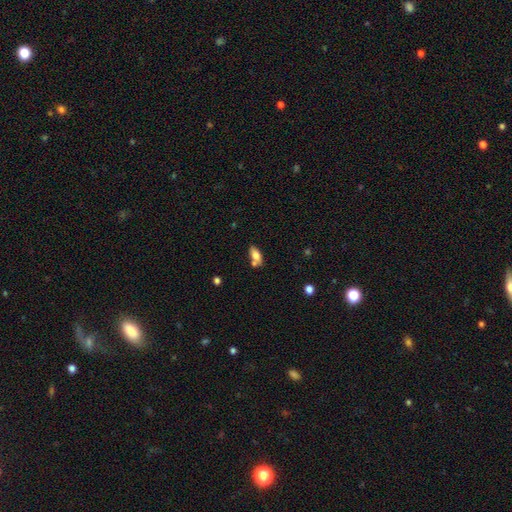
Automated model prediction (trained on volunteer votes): Smooth or featured: smooth — 76% (featured or disk — 16%)
How rounded: in between — 87% (cigar-shaped — 9%)
Merging: none — 53% (merger — 28%)